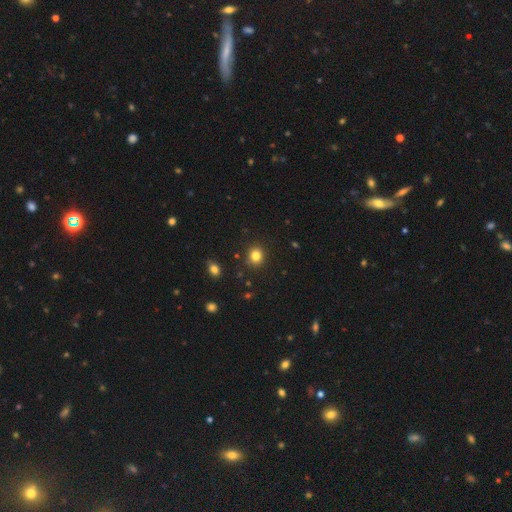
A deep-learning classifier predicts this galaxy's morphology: The model was most divided on "how rounded": round: 79%, in between: 20%, cigar-shaped: 1%. More confident: merging — none (87%); smooth or featured — smooth (82%).